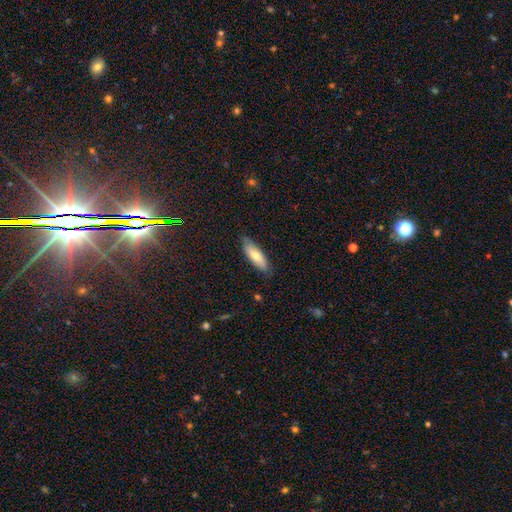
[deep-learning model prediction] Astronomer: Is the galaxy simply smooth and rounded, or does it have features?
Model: smooth — 71%.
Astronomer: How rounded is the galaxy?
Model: in between — 58% (runner-up: cigar-shaped, 40%).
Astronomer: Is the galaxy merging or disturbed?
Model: none — 81%.